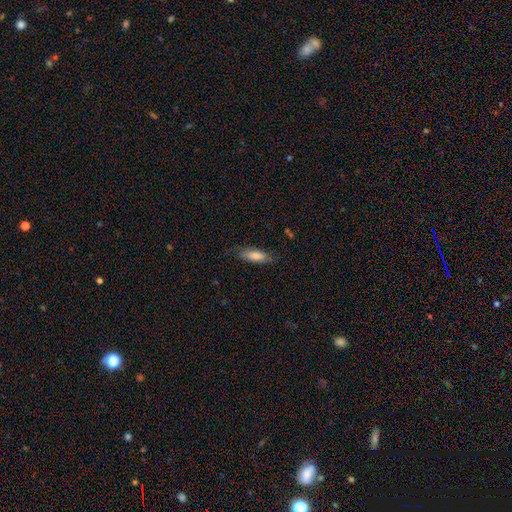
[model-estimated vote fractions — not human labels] This is likely a smooth galaxy (76%). How rounded: likely in between (60%). Merging: likely none (72%).